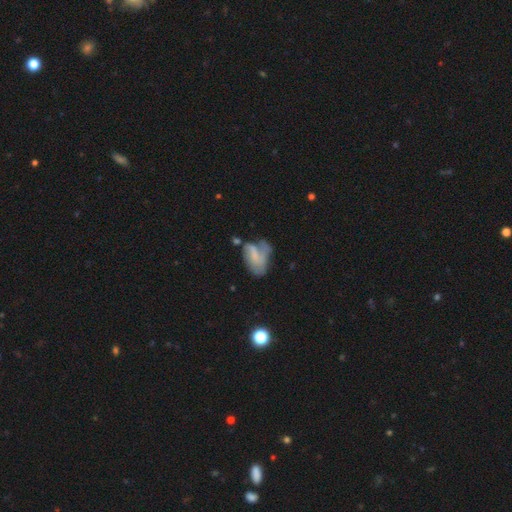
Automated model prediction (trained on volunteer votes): featured or disk 49%, smooth 42%, star or artifact 10%. Down the decision tree: merging — major disturbance (36%).